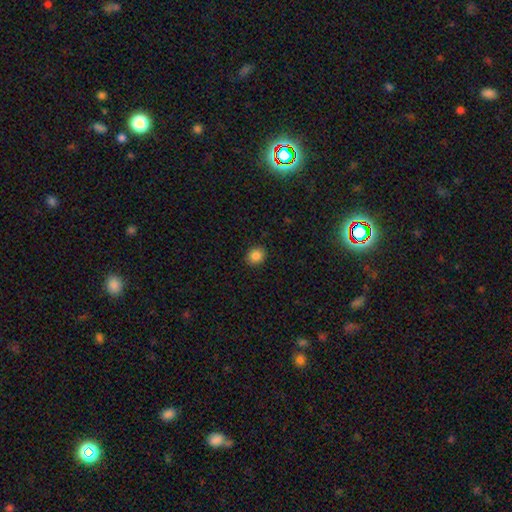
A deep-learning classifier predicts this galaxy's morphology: Q: Smooth or featured?
A: smooth (86%); runner-up: star or artifact (10%)
Q: How rounded?
A: round (74%); runner-up: in between (25%)
Q: Merging?
A: none (89%); runner-up: minor disturbance (8%)